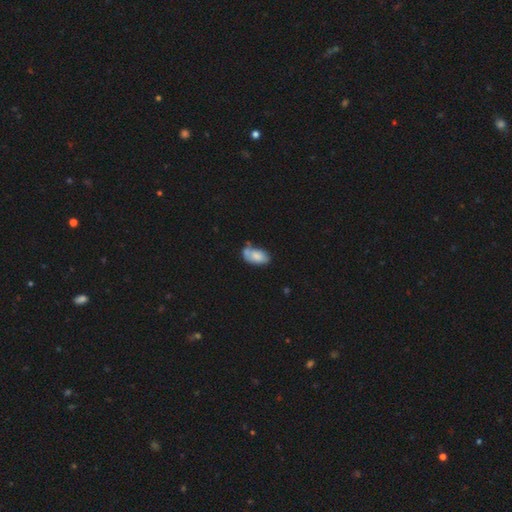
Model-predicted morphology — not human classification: smooth-or-featured: smooth: 77% | featured or disk: 15% | star or artifact: 8%
  how-rounded: in between: 93% | round: 5% | cigar-shaped: 2%
  merging: none: 39% | merger: 26% | minor disturbance: 25% | major disturbance: 9%